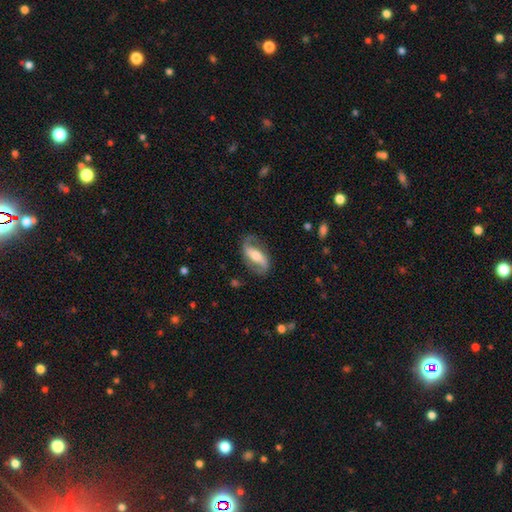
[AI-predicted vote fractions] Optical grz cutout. It shows a featured or disk galaxy (78%) with a strong bar (48%), 2 (89%) loose (55%) spiral arms (89%) and a moderate central bulge (62%). Merging: none (78%).